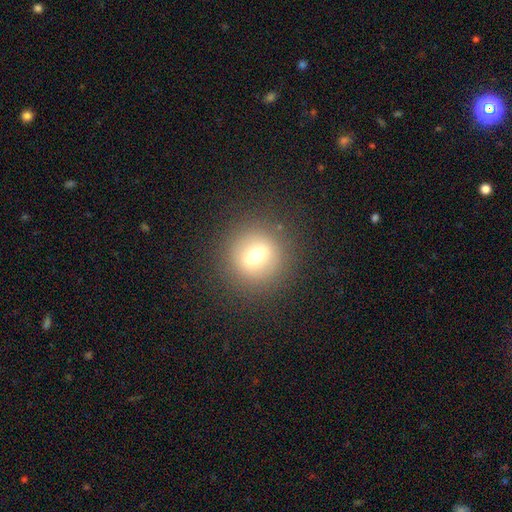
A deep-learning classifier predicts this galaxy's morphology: type=smooth (52%); roundness=round (86%); merging=none (87%).